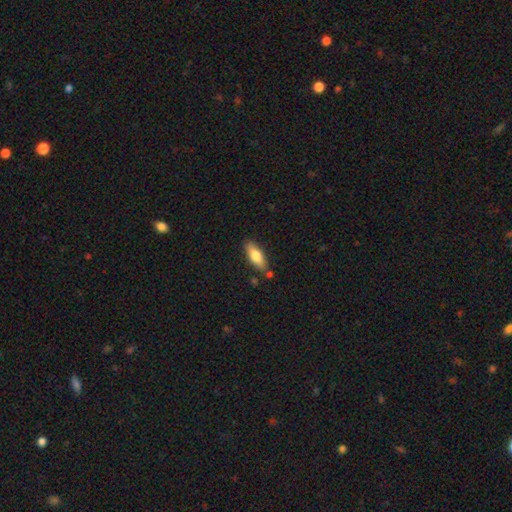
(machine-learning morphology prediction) Overall: smooth (70%). How rounded: in between (64%; cigar-shaped 34%). Merging: none (79%).